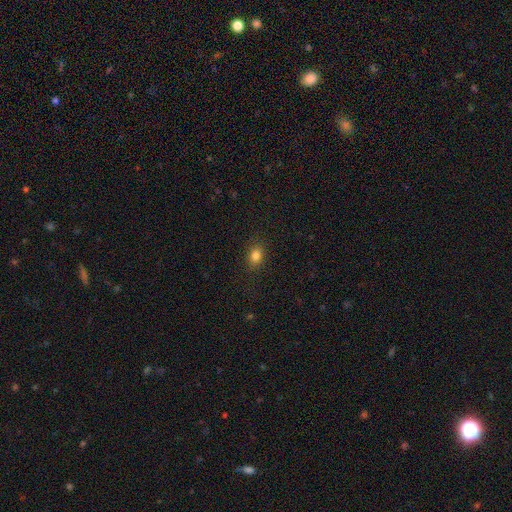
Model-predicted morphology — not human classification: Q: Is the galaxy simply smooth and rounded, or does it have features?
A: smooth — 82%.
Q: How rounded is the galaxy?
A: in between — 64%.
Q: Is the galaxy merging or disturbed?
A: none — 87%.